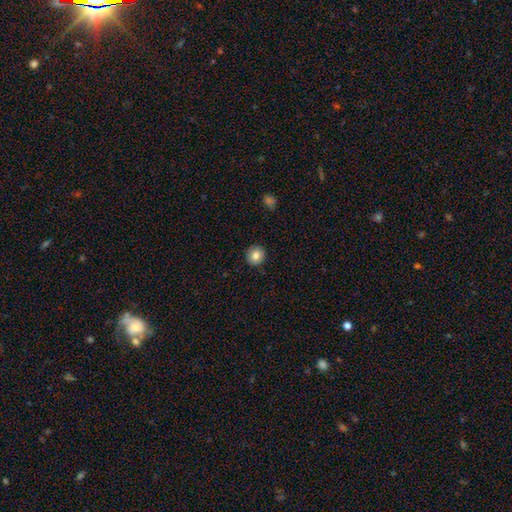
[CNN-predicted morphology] smooth-or-featured: smooth: 82% | featured or disk: 9% | star or artifact: 9%
  how-rounded: round: 90% | in between: 9% | cigar-shaped: 1%
  merging: none: 91% | minor disturbance: 7% | major disturbance: 2% | merger: 1%